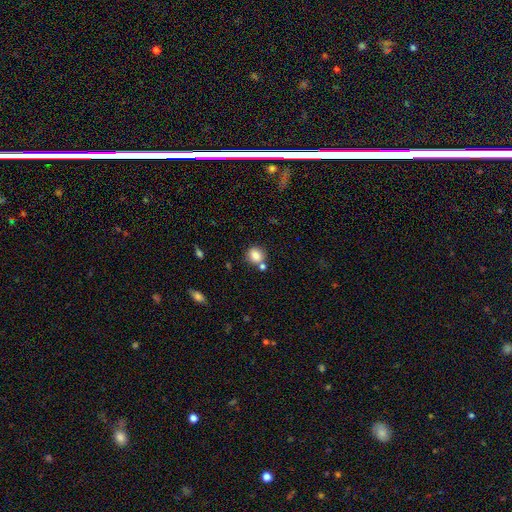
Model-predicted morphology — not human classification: Q: Smooth or featured?
A: smooth (83%); runner-up: star or artifact (10%)
Q: How rounded?
A: round (75%); runner-up: in between (24%)
Q: Merging?
A: none (68%); runner-up: merger (17%)